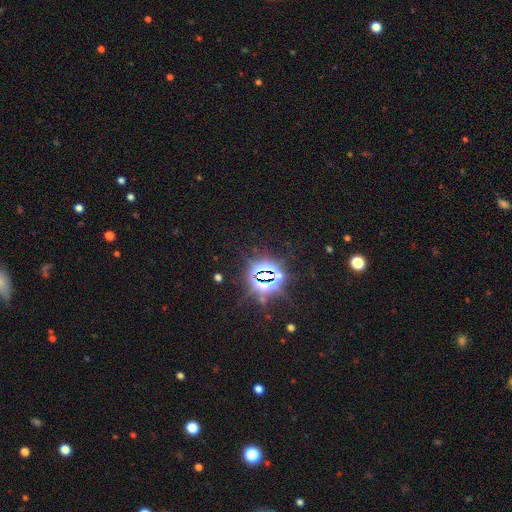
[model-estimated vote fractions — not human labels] star or artifact 86%, smooth 8%, featured or disk 6%.